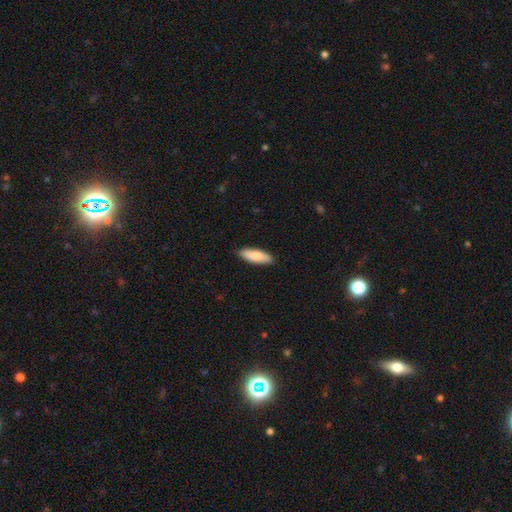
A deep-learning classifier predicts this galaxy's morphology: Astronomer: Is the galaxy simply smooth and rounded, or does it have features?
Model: smooth — 83%.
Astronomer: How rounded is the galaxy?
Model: in between — 56% (runner-up: cigar-shaped, 42%).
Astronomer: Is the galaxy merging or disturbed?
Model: none — 87%.